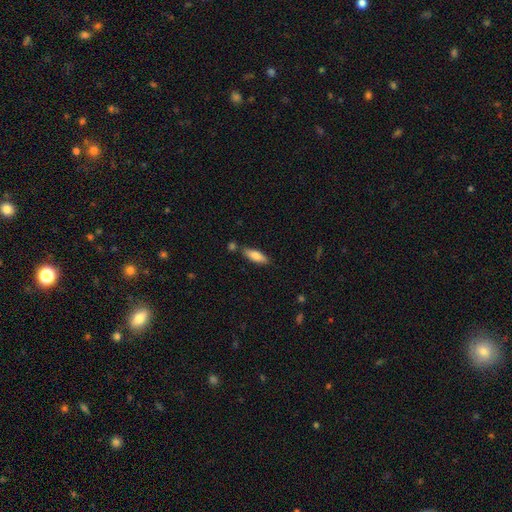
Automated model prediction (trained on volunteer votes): A smooth galaxy with no disk features (80%) that is in between round and cigar-shaped (52%).

Vote fractions:
- Smooth or featured? smooth: 80% / featured or disk: 14% / star or artifact: 6%
- How rounded? in between: 52% / cigar-shaped: 46% / round: 2%
- Merging? none: 76% / minor disturbance: 13% / merger: 8% / major disturbance: 3%